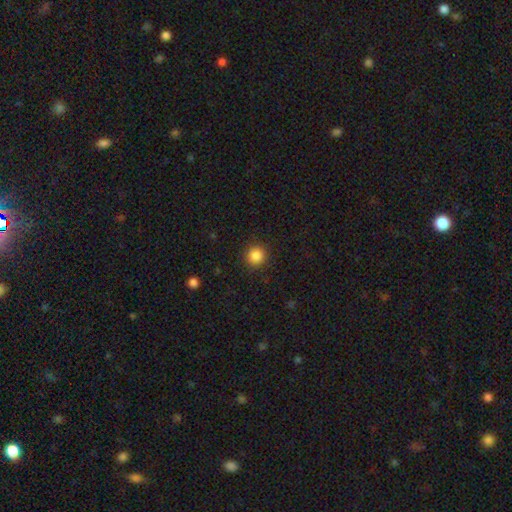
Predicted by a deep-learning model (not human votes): smooth-or-featured: smooth: 86% | star or artifact: 11% | featured or disk: 3%
  how-rounded: round: 92% | in between: 7% | cigar-shaped: 1%
  merging: none: 90% | minor disturbance: 7% | major disturbance: 2% | merger: 1%